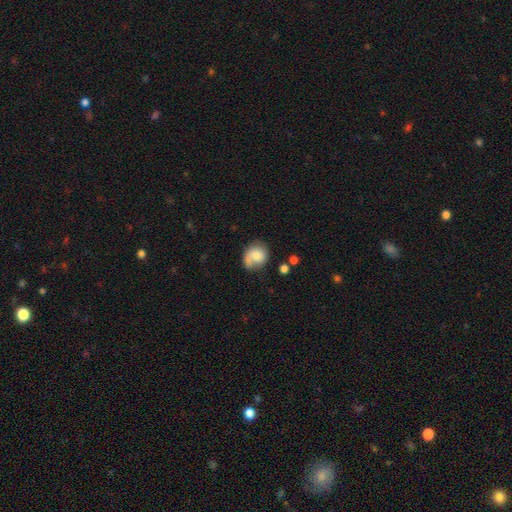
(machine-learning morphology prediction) smooth 63%, featured or disk 28%, star or artifact 9%. Down the decision tree: how rounded — round (60%); merging — none (51%).